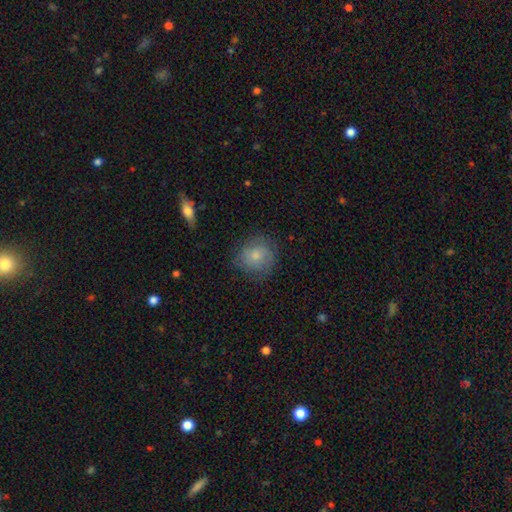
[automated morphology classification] Smooth or featured?
  - smooth: 72% *
  - featured or disk: 20%
  - star or artifact: 8%
How rounded?
  - round: 85% *
  - in between: 14%
  - cigar-shaped: 1%
Merging?
  - none: 73% *
  - minor disturbance: 20%
  - major disturbance: 7%
  - merger: 1%